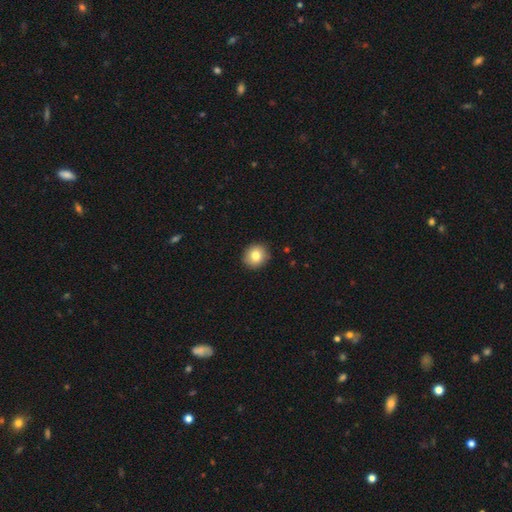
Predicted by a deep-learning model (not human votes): A smooth galaxy with no disk features (81%) that is round (86%).

Vote fractions:
- Smooth or featured? smooth: 81% / featured or disk: 9% / star or artifact: 9%
- How rounded? round: 86% / in between: 13% / cigar-shaped: 1%
- Merging? none: 91% / minor disturbance: 7% / major disturbance: 2% / merger: 1%